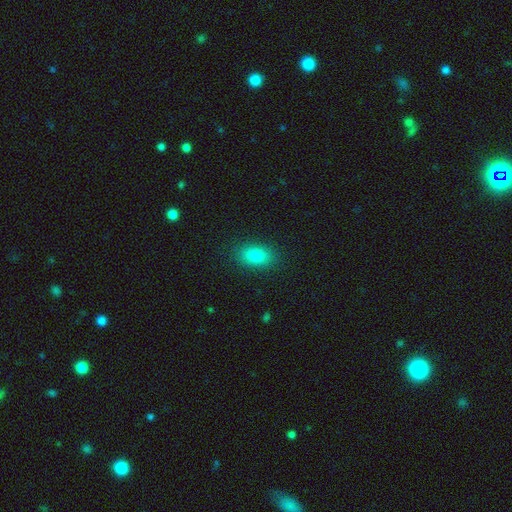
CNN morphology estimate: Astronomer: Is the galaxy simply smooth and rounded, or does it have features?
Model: smooth — 80%.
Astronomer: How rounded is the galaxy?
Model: in between — 83%.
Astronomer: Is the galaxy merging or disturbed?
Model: none — 88%.